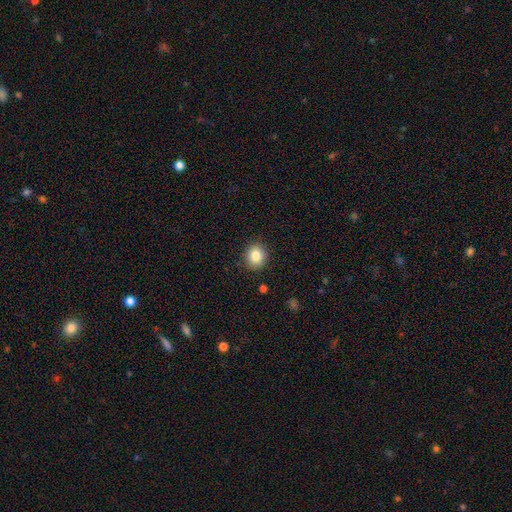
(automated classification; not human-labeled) Smooth or featured: smooth — 83% (star or artifact — 10%)
How rounded: round — 79% (in between — 20%)
Merging: none — 89% (minor disturbance — 7%)